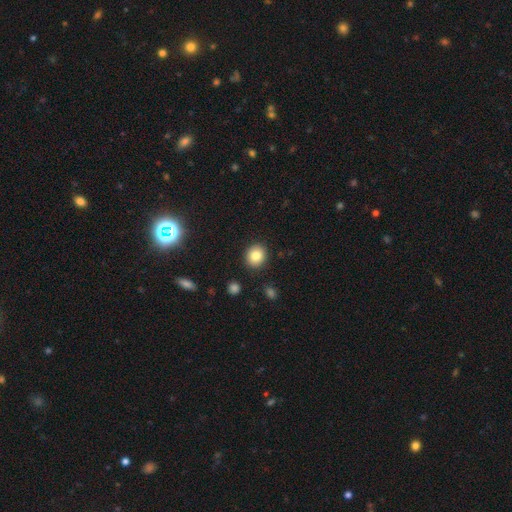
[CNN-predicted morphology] The model was most divided on "how rounded": round: 75%, in between: 24%, cigar-shaped: 1%. More confident: merging — none (90%); smooth or featured — smooth (82%).